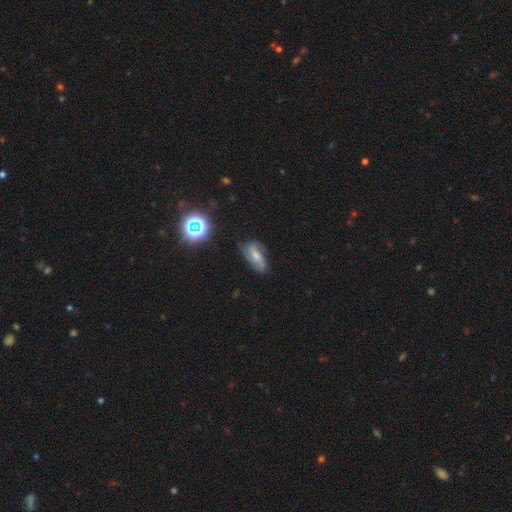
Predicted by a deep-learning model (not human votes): This appears to be a featured or disk galaxy (58%) with a weak bar (43%), spiral arms (87%) and a small central bulge (42%, tied with moderate). Merging: none (62%).